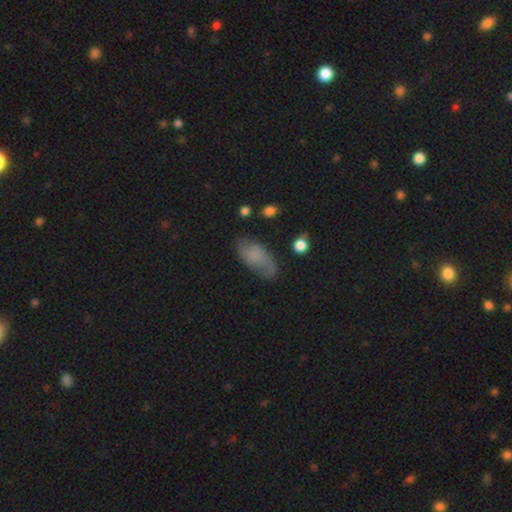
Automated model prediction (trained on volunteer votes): The model was most divided on "smooth or featured": smooth: 55%, featured or disk: 34%, star or artifact: 10%. More confident: how rounded — in between (90%); merging — none (64%).